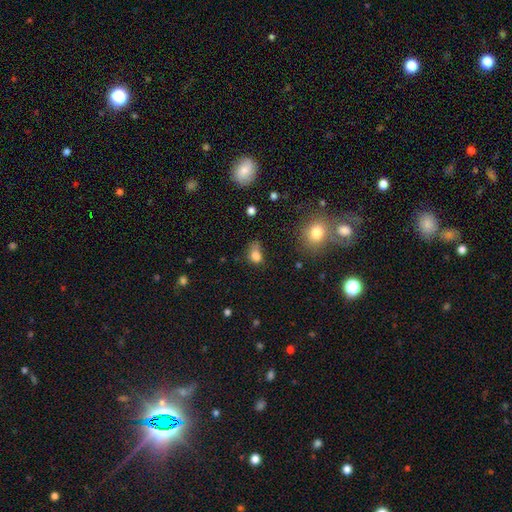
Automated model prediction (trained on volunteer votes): smooth_or_featured: smooth (p=0.77) [alt: star or artifact p=0.14]
how_rounded: in between (p=0.66) [alt: round p=0.32]
merging: none (p=0.38) [alt: minor disturbance p=0.32]